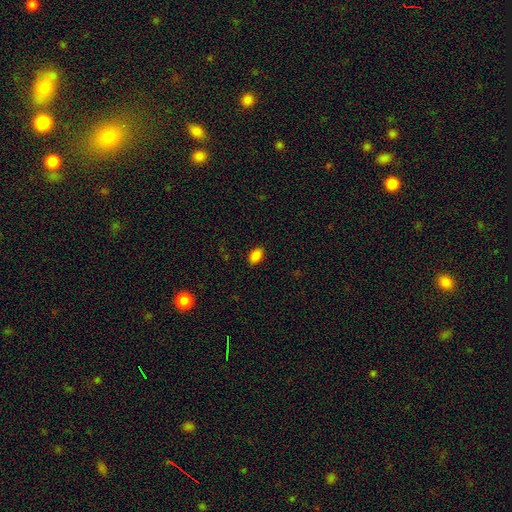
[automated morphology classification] The model was most divided on "smooth or featured": smooth: 87%, star or artifact: 10%, featured or disk: 4%. More confident: how rounded — in between (91%); merging — none (88%).